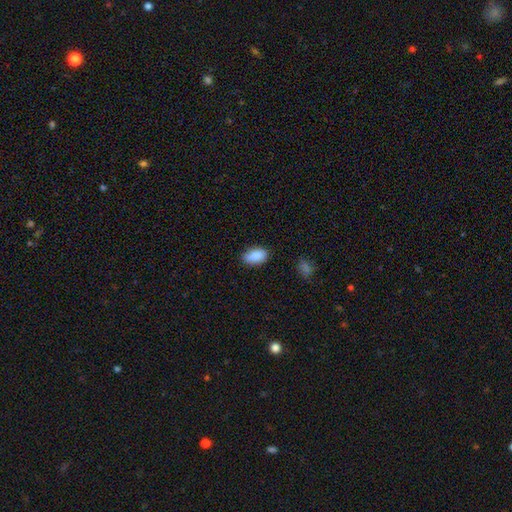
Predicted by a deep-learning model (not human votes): Q: Smooth or featured?
A: smooth (88%); runner-up: star or artifact (7%)
Q: How rounded?
A: in between (92%); runner-up: round (5%)
Q: Merging?
A: none (82%); runner-up: minor disturbance (14%)